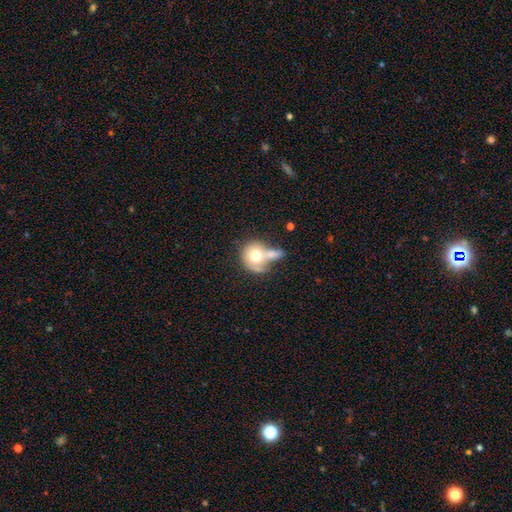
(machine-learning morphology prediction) smooth 68%, featured or disk 25%, star or artifact 8%. Down the decision tree: how rounded — round (76%); merging — merger (52%).